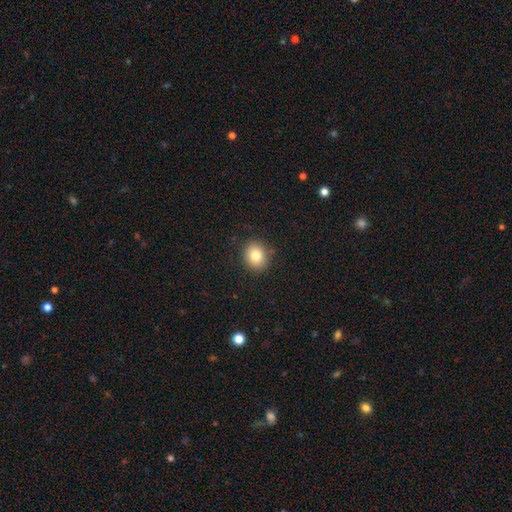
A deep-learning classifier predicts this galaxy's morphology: Q: Smooth or featured?
A: smooth (80%); runner-up: star or artifact (11%)
Q: How rounded?
A: round (72%); runner-up: in between (27%)
Q: Merging?
A: none (88%); runner-up: minor disturbance (8%)